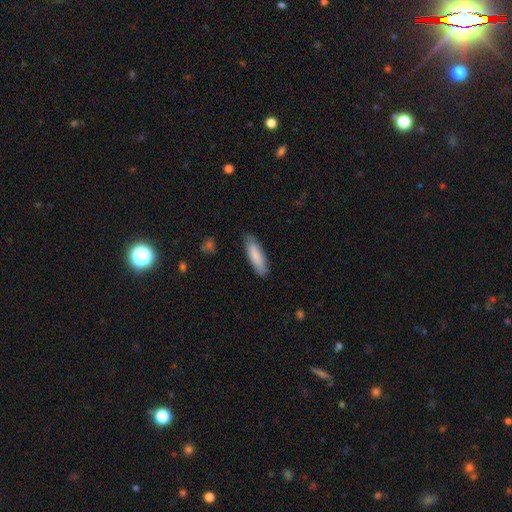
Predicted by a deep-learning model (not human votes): smooth 86%, featured or disk 9%, star or artifact 5%. Down the decision tree: how rounded — cigar-shaped (52%); merging — none (83%).